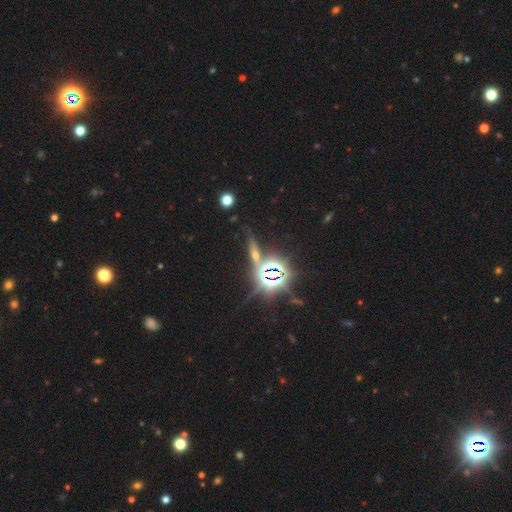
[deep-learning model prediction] This appears to be a star or artifact, not a galaxy (59%).